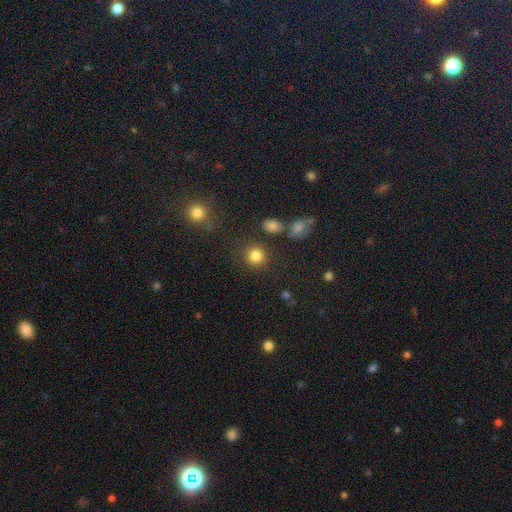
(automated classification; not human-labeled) Morphology: type=smooth (83%); roundness=round (90%); merging=none (84%).